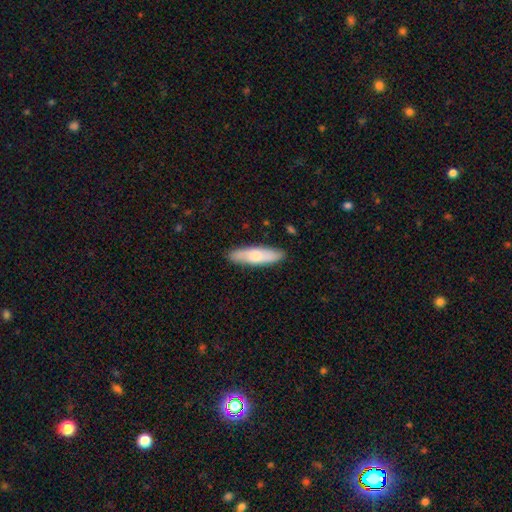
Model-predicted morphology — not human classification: smooth_or_featured: smooth (p=0.63) [alt: featured or disk p=0.32]
how_rounded: cigar-shaped (p=0.62) [alt: in between p=0.36]
merging: none (p=0.89) [alt: minor disturbance p=0.09]